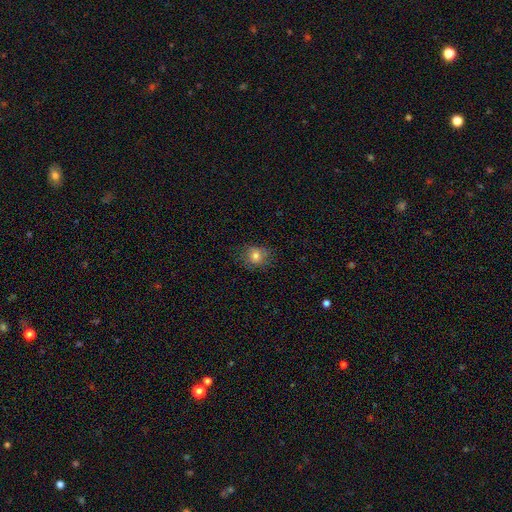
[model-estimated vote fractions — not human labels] This is likely a smooth galaxy (74%). How rounded: likely round (68%). Merging: likely none (73%).